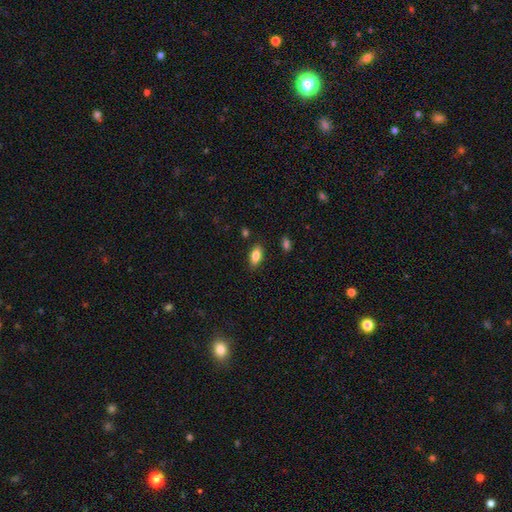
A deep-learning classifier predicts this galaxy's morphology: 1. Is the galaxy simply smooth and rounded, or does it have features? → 83% smooth, 9% featured or disk, 8% star or artifact.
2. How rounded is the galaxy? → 88% in between, 9% cigar-shaped, 3% round.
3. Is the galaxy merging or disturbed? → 86% none, 10% minor disturbance, 2% major disturbance, 2% merger.